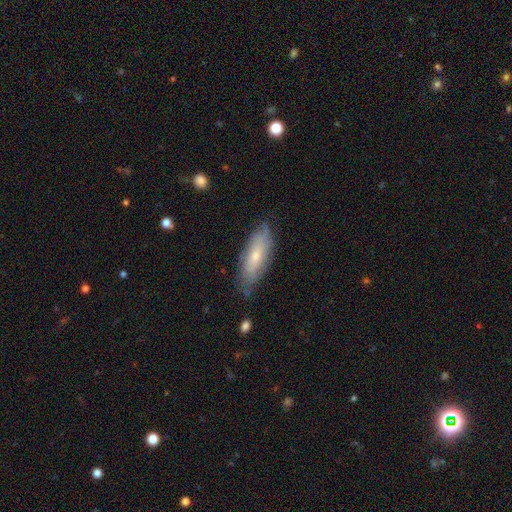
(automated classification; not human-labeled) smooth-or-featured: smooth: 47% (tied) | featured or disk: 47% (tied) | star or artifact: 7%
  merging: none: 71% | minor disturbance: 23% | major disturbance: 5% | merger: 2%